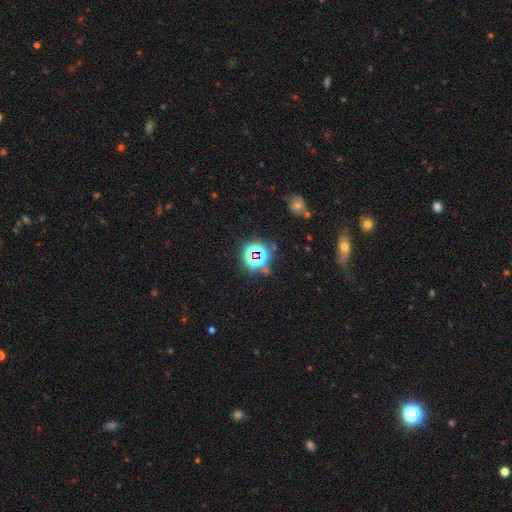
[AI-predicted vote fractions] A star or artifact, not a galaxy (77%).

Vote fractions:
- Smooth or featured? star or artifact: 77% / smooth: 14% / featured or disk: 9%